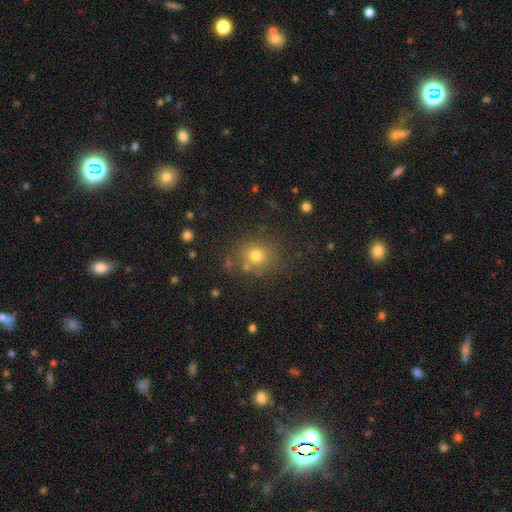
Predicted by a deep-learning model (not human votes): This appears to be a smooth galaxy with no disk features (74%) that is round (82%). Merging: none (77%).